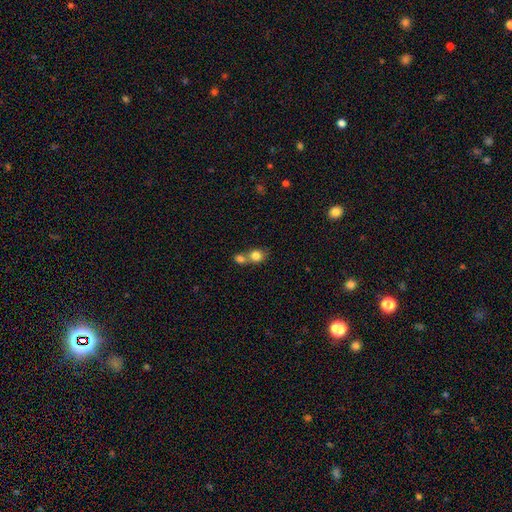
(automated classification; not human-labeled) Morphology: type=smooth (81%); roundness=round (72%); merging=merger (60%).